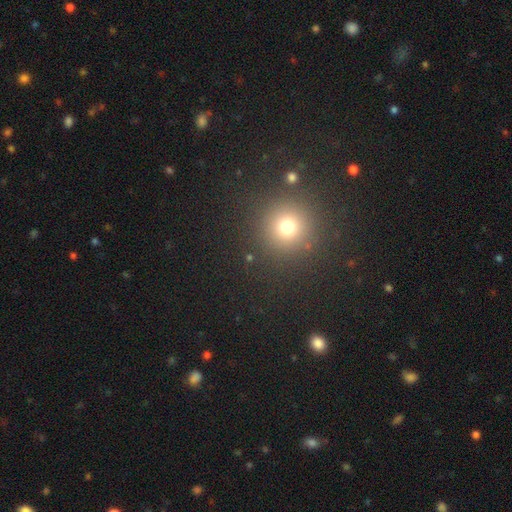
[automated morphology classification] A smooth galaxy with no disk features (62%) that is round (95%).

Vote fractions:
- Smooth or featured? smooth: 62% / star or artifact: 32% / featured or disk: 6%
- How rounded? round: 95% / in between: 4% / cigar-shaped: 1%
- Merging? none: 91% / minor disturbance: 5% / major disturbance: 2% / merger: 2%